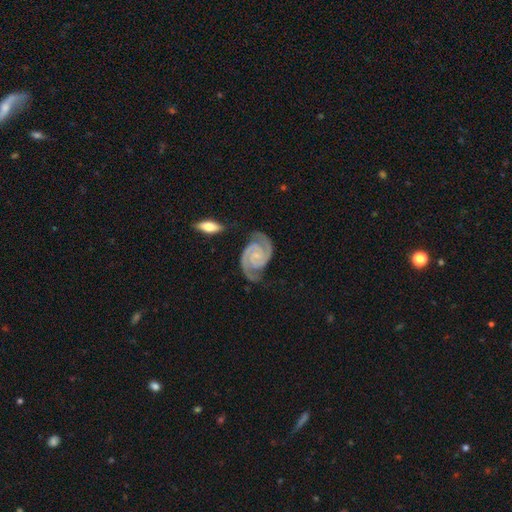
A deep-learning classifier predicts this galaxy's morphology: This is clearly a featured or disk galaxy (93%). It is clearly not viewed edge-on (98%). Bar: likely no (62%). Spiral arm pattern: clearly yes (99%). Spiral arm count: clearly 2 (93%). Spiral winding: possibly tight (58%). Central bulge: likely small (69%). Merging: likely none (77%).